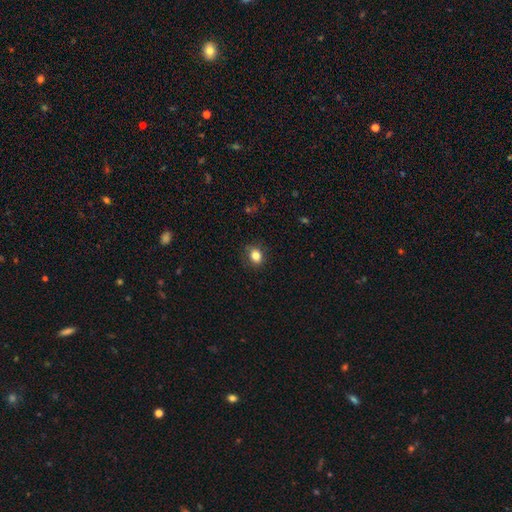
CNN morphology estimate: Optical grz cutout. It shows a smooth galaxy with no disk features (83%) that is round (53%). Merging: none (82%).